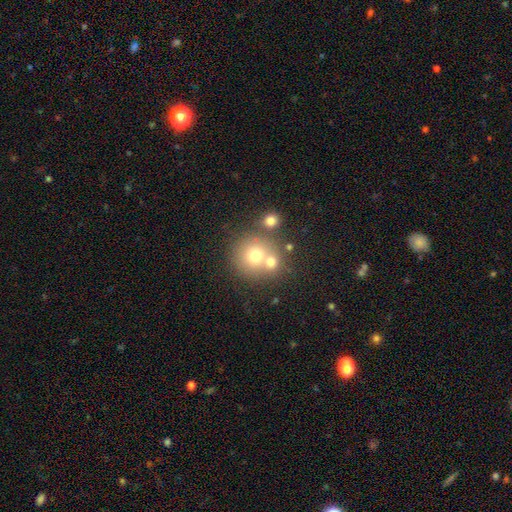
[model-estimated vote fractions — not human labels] Overall: smooth (68%). How rounded: round (88%). Merging: none (47%; merger 42%).